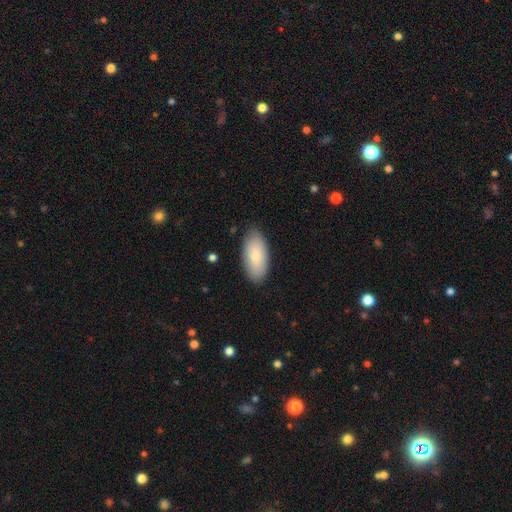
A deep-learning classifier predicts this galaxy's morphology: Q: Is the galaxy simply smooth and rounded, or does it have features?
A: smooth — 86%.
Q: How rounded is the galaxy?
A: in between — 91%.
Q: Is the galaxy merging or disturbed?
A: none — 86%.